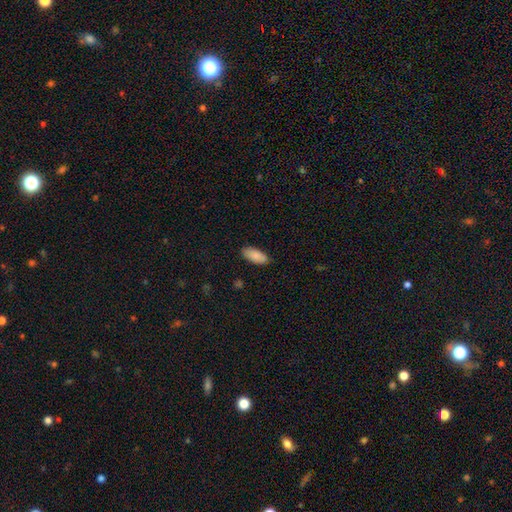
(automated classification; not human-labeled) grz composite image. It shows a smooth galaxy with no disk features (86%) that is in between round and cigar-shaped (88%). Merging: none (87%).